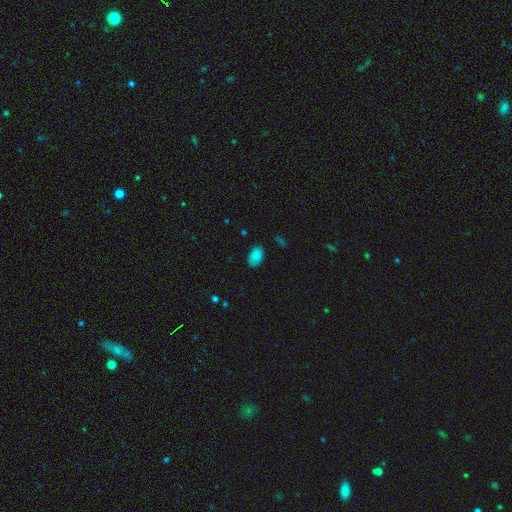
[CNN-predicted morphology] Smooth or featured: smooth — 85% (star or artifact — 10%)
How rounded: in between — 90% (round — 9%)
Merging: none — 81% (minor disturbance — 14%)